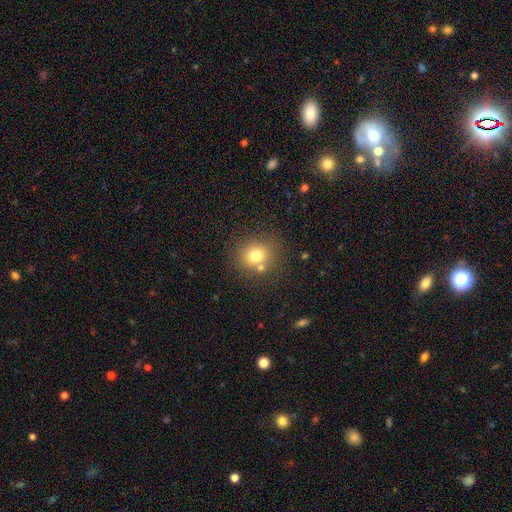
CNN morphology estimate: smooth-or-featured: smooth: 73% | star or artifact: 15% | featured or disk: 12%
  how-rounded: round: 82% | in between: 18% | cigar-shaped: 1%
  merging: none: 70% | merger: 16% | minor disturbance: 10% | major disturbance: 4%